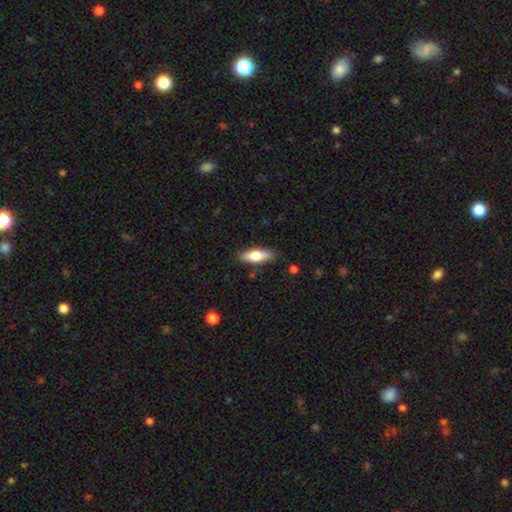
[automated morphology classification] smooth_or_featured: smooth (p=0.70) [alt: featured or disk p=0.24]
how_rounded: in between (p=0.63) [alt: cigar-shaped p=0.35]
merging: none (p=0.85) [alt: minor disturbance p=0.11]